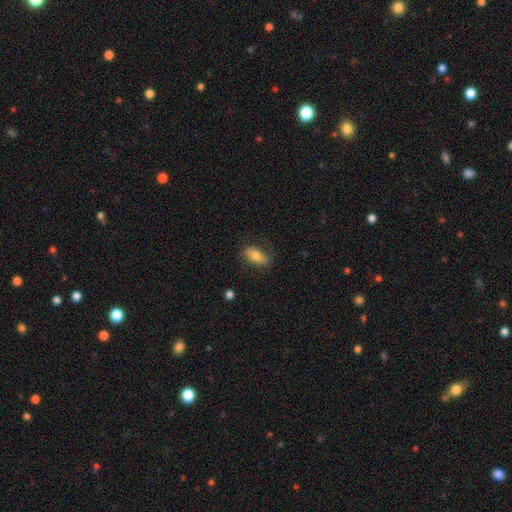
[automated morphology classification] Smooth or featured? Predicted: smooth (p=0.69). How rounded? Predicted: in between (p=0.84). Merging? Predicted: none (p=0.76).